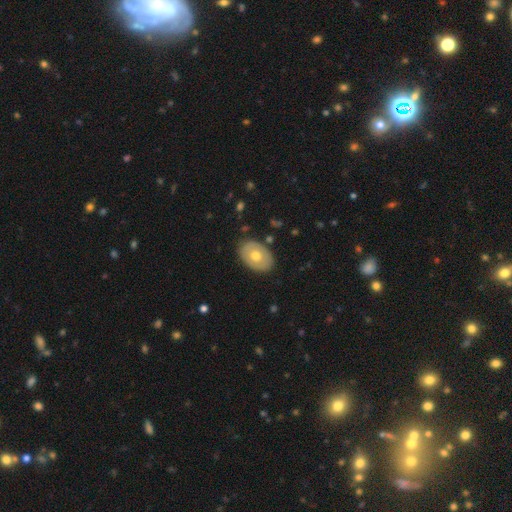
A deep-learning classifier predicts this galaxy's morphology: Q: Smooth or featured?
A: smooth (56%); runner-up: featured or disk (39%)
Q: How rounded?
A: in between (81%); runner-up: round (18%)
Q: Merging?
A: none (86%); runner-up: minor disturbance (10%)